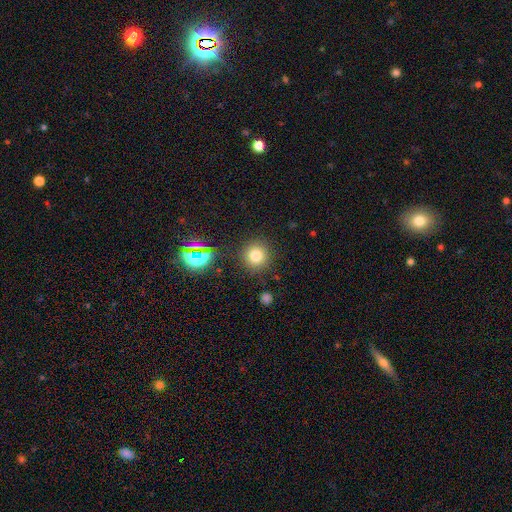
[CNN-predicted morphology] This is likely a smooth galaxy (75%). How rounded: clearly round (92%). Merging: clearly none (86%).